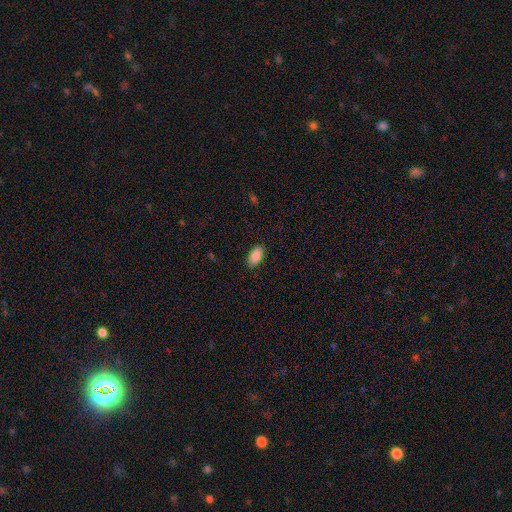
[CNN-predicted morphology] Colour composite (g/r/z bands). It shows a smooth galaxy with no disk features (89%) that is in between round and cigar-shaped (94%). Merging: none (88%).